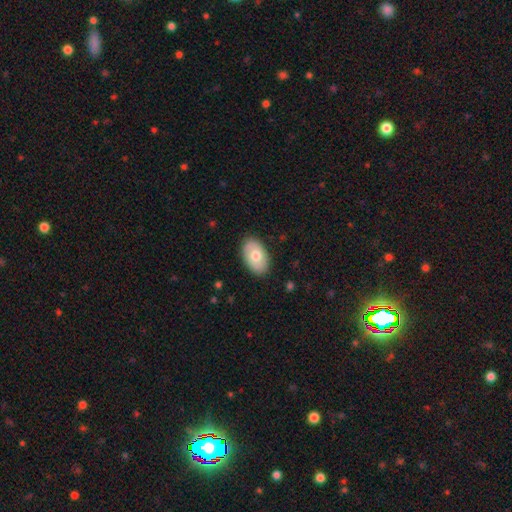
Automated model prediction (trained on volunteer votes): This is likely a smooth galaxy (70%). How rounded: clearly in between (92%). Merging: clearly none (86%).